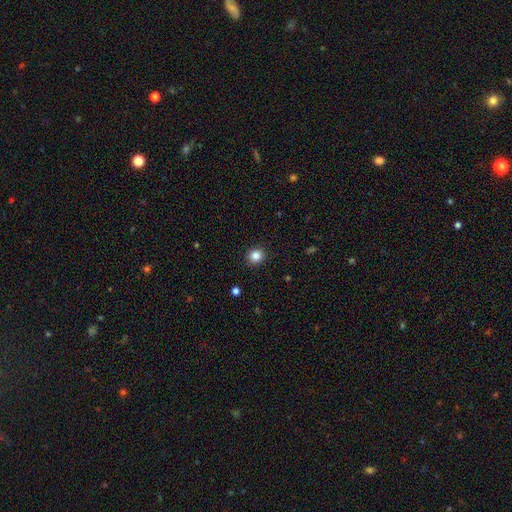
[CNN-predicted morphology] Smooth or featured? Predicted: smooth (p=0.85). How rounded? Predicted: round (p=0.85). Merging? Predicted: none (p=0.91).